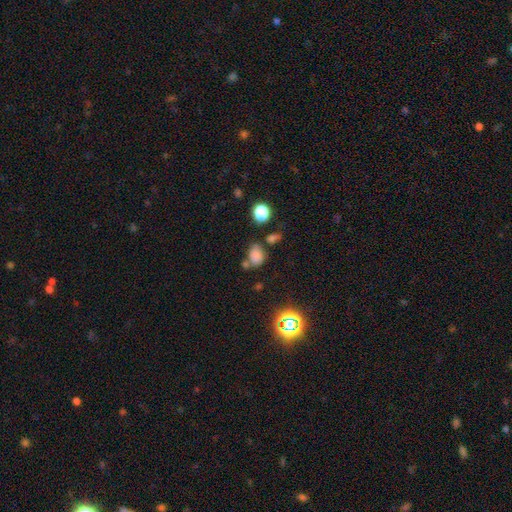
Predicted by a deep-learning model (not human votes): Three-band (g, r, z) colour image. It shows a smooth galaxy with no disk features (76%) that is in between round and cigar-shaped (70%). Merging: none (51%).